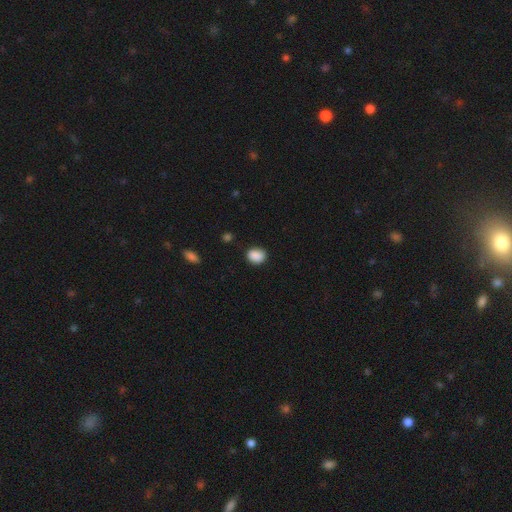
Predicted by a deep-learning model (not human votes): smooth-or-featured: smooth: 88% | star or artifact: 9% | featured or disk: 3%
  how-rounded: round: 53% | in between: 46% | cigar-shaped: 1%
  merging: none: 82% | minor disturbance: 13% | major disturbance: 3% | merger: 1%